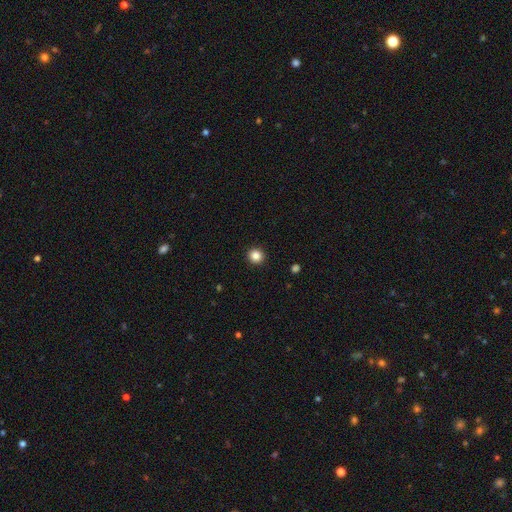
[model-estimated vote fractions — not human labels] This appears to be a smooth galaxy with no disk features (86%) that is round (94%). Merging: none (93%).